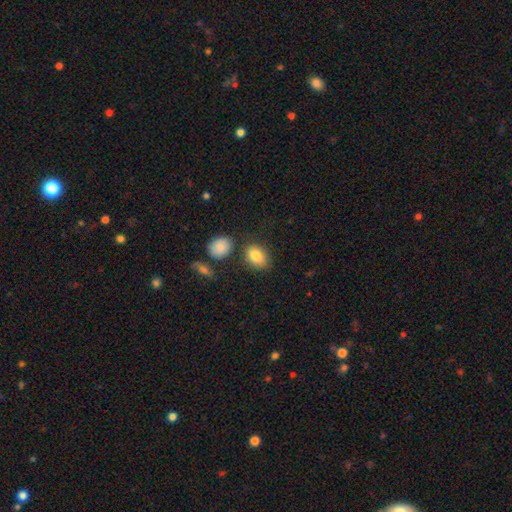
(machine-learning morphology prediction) type=smooth (83%); roundness=in between (74%); merging=none (74%).